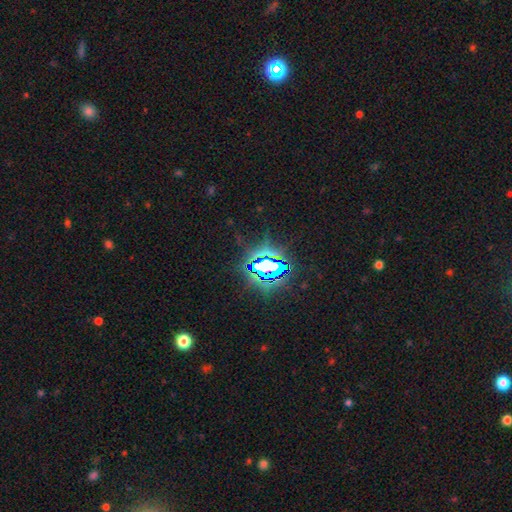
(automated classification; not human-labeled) This appears to be a star or artifact, not a galaxy (78%).